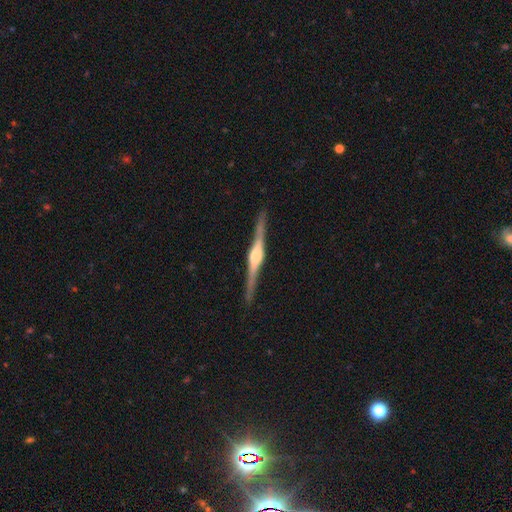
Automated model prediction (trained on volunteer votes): Morphology: type=featured or disk (86%); edge-on=yes (98%); edge-on bulge=rounded (80%); merging=none (90%).